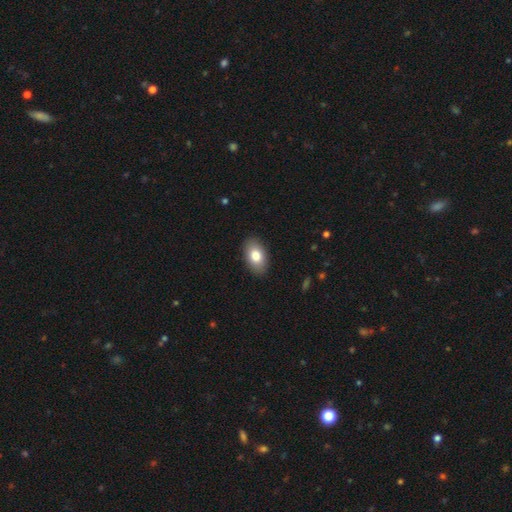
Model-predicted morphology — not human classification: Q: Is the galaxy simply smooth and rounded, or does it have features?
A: smooth — 81%.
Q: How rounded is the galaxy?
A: in between — 92%.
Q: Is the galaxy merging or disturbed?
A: none — 89%.